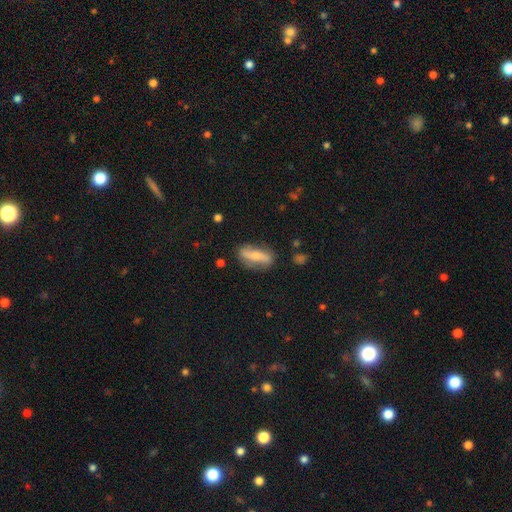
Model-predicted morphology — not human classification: smooth_or_featured: featured or disk (p=0.53) [alt: smooth p=0.41]
disk_edge_on: no (p=0.71) [alt: yes p=0.29]
merging: none (p=0.79) [alt: minor disturbance p=0.15]